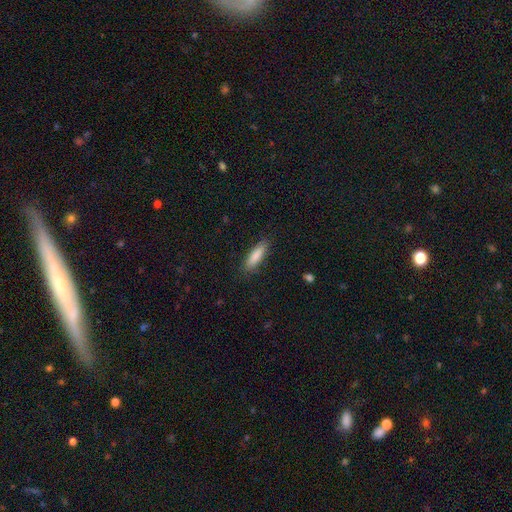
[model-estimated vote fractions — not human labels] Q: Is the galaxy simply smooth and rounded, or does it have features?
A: smooth — 86%.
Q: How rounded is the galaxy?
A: cigar-shaped — 60%.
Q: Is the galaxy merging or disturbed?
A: none — 86%.